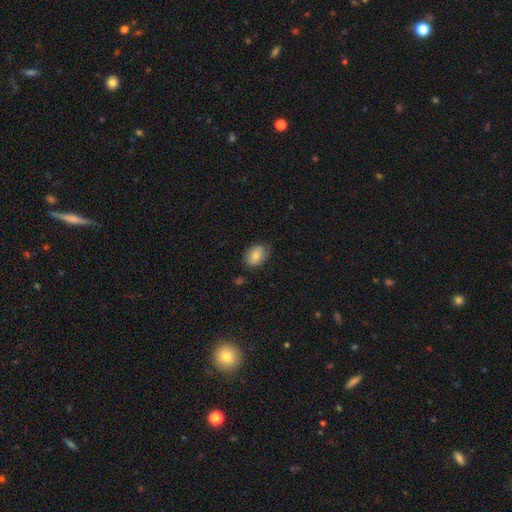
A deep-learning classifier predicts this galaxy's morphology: smooth_or_featured: smooth (p=0.81) [alt: featured or disk p=0.12]
how_rounded: in between (p=0.77) [alt: round p=0.22]
merging: none (p=0.78) [alt: minor disturbance p=0.17]